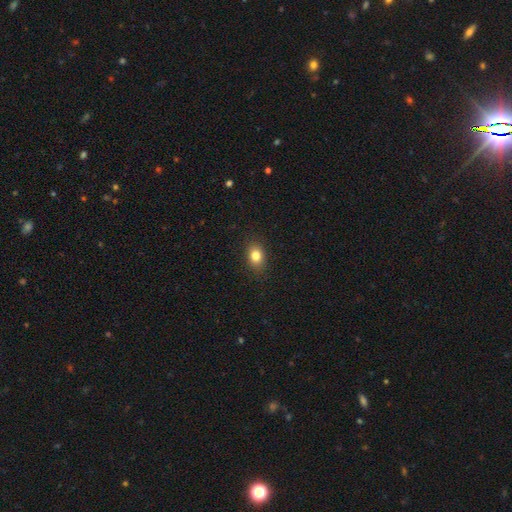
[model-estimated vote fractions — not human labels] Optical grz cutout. It shows a smooth galaxy with no disk features (82%) that is in between round and cigar-shaped (66%). Merging: none (88%).